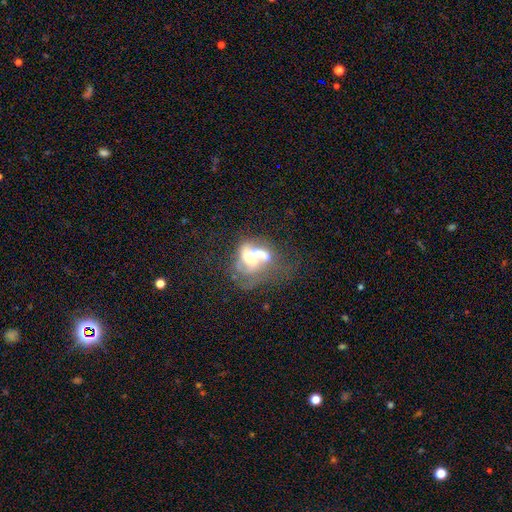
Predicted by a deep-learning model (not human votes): Smooth or featured? Predicted: featured or disk (p=0.58). Edge-on disk? Predicted: no (p=0.95). Bar? Predicted: no (p=0.66). Spiral arms? Predicted: no (p=0.58). Bulge size? Predicted: moderate (p=0.59). Merging? Predicted: merger (p=0.68).